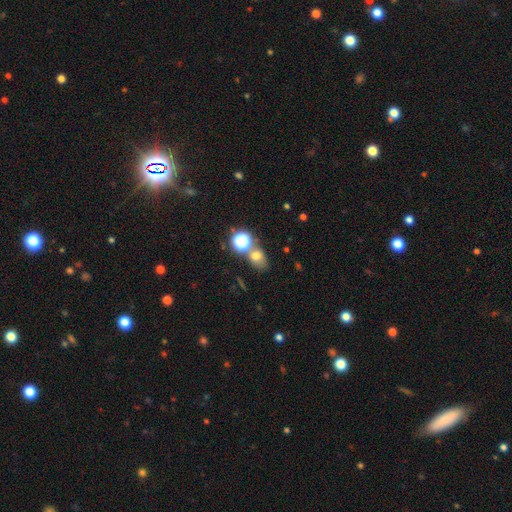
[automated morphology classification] Q: Smooth or featured?
A: smooth (64%); runner-up: star or artifact (24%)
Q: How rounded?
A: in between (57%); runner-up: round (41%)
Q: Merging?
A: none (53%); runner-up: merger (29%)